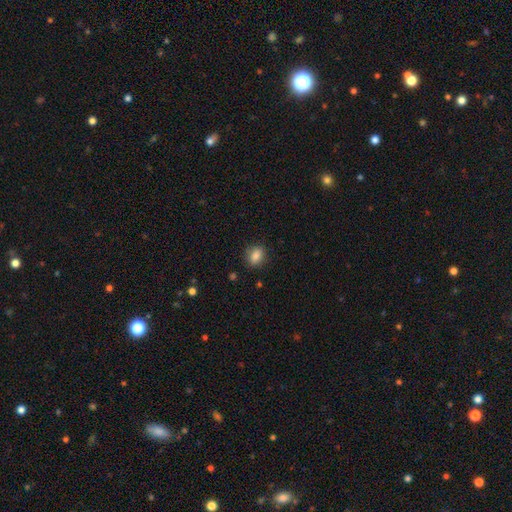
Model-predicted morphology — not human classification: A smooth galaxy with no disk features (85%) that is in between round and cigar-shaped (66%).

Vote fractions:
- Smooth or featured? smooth: 85% / star or artifact: 9% / featured or disk: 6%
- How rounded? in between: 66% / round: 32% / cigar-shaped: 2%
- Merging? none: 84% / minor disturbance: 12% / major disturbance: 3% / merger: 1%